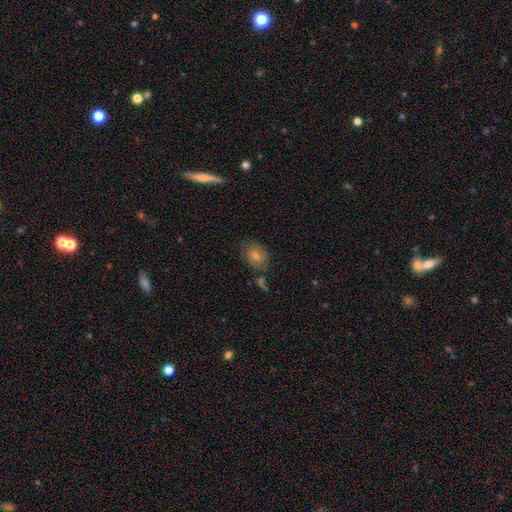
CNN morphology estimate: The model was most divided on "smooth or featured": smooth: 46%, featured or disk: 37%, star or artifact: 17%. More confident: merging — none (75%).